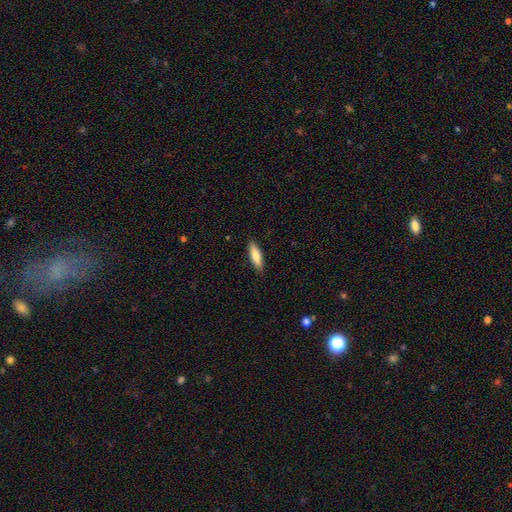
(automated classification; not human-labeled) smooth 79%, featured or disk 15%, star or artifact 6%. Down the decision tree: how rounded — cigar-shaped (53%); merging — none (89%).